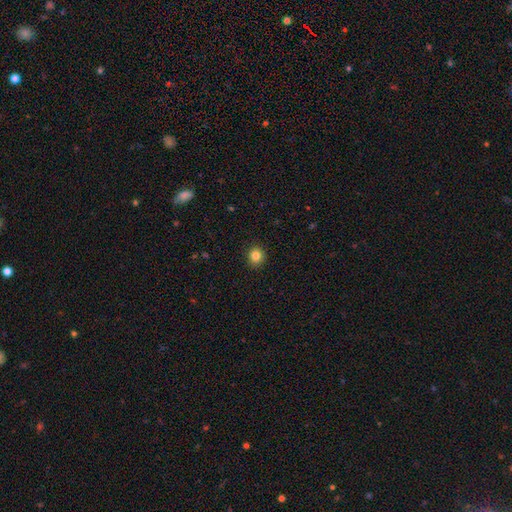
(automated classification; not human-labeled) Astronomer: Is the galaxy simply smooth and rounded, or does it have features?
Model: smooth — 83%.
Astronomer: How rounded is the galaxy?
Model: round — 84%.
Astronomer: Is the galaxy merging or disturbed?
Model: none — 92%.